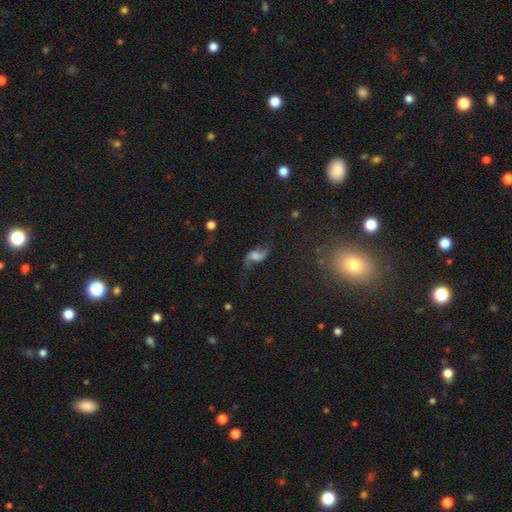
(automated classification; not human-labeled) The model was most divided on "bar": no: 46%, weak: 42%, strong: 12%. Remaining: edge-on disk — no (96%); spiral arms — yes (94%); spiral arm count — 2 (92%); spiral winding — loose (86%); smooth or featured — featured or disk (76%); merging — none (66%); bulge size — moderate (32%).